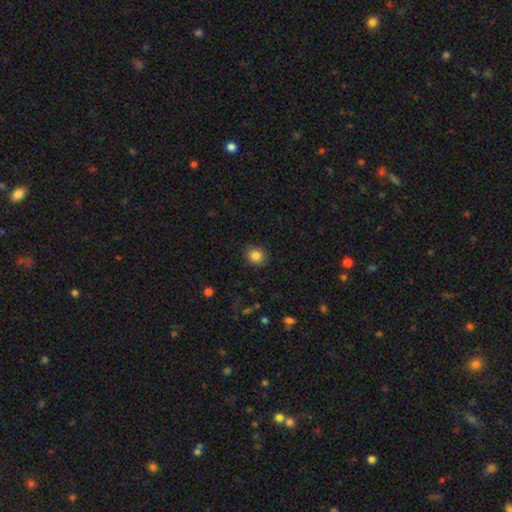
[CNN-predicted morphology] A smooth galaxy with no disk features (85%) that is round (71%). Merging: none (88%).